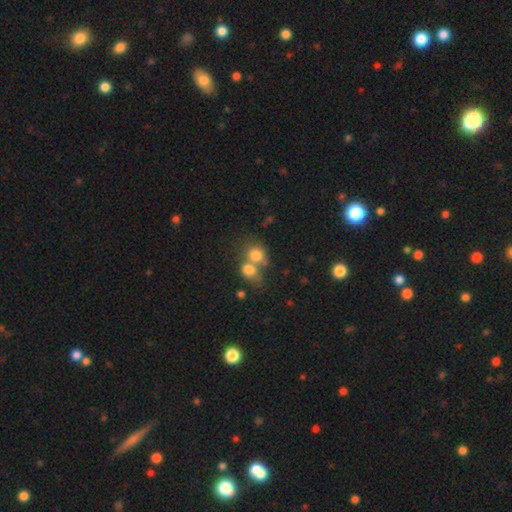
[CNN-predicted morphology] The model was most divided on "how rounded": round: 61%, in between: 38%, cigar-shaped: 1%. More confident: smooth or featured — smooth (77%); merging — merger (61%).